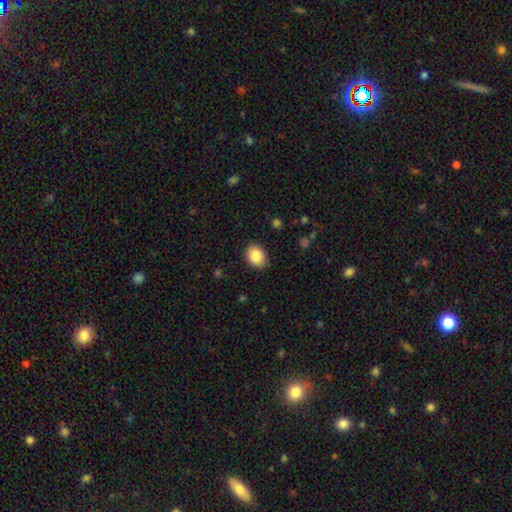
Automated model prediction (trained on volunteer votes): A smooth galaxy with no disk features (87%) that is in between round and cigar-shaped (58%).

Vote fractions:
- Smooth or featured? smooth: 87% / star or artifact: 8% / featured or disk: 5%
- How rounded? in between: 58% / round: 41% / cigar-shaped: 1%
- Merging? none: 83% / minor disturbance: 14% / major disturbance: 3% / merger: 1%